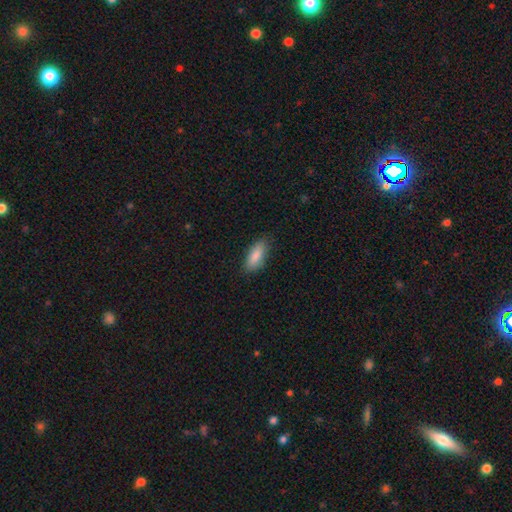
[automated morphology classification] Smooth or featured: smooth — 86% (featured or disk — 8%)
How rounded: in between — 77% (cigar-shaped — 21%)
Merging: none — 82% (minor disturbance — 14%)